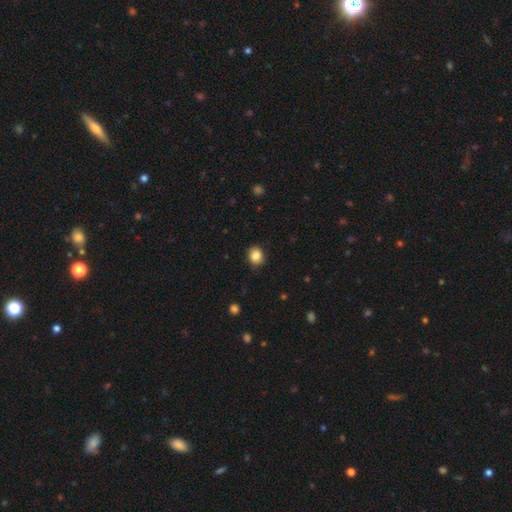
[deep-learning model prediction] A smooth galaxy with no disk features (86%) that is round (67%).

Vote fractions:
- Smooth or featured? smooth: 86% / star or artifact: 9% / featured or disk: 5%
- How rounded? round: 67% / in between: 32% / cigar-shaped: 1%
- Merging? none: 86% / minor disturbance: 11% / major disturbance: 2% / merger: 1%